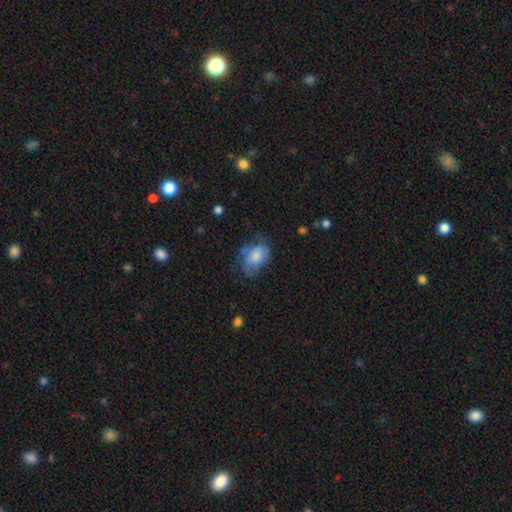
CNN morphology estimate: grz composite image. It shows a smooth galaxy with no disk features (59%) that is in between round and cigar-shaped (77%). Merging: none (42%).